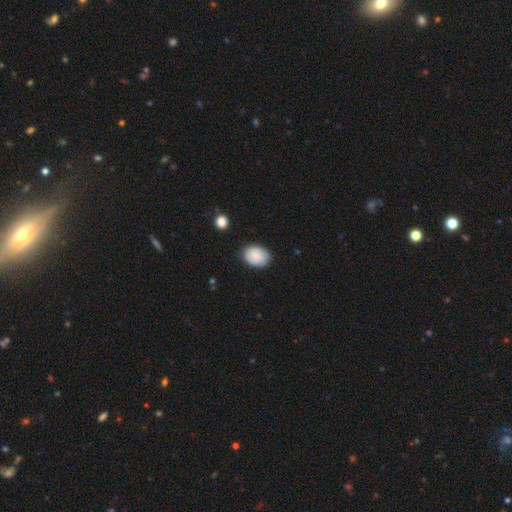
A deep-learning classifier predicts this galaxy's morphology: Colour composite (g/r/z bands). It shows a smooth galaxy with no disk features (83%) that is in between round and cigar-shaped (72%). Merging: none (80%).